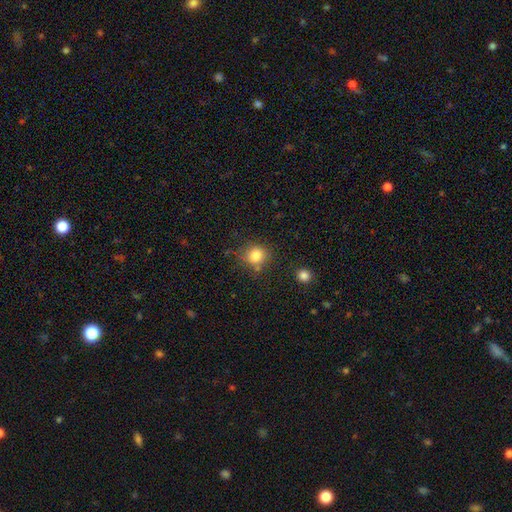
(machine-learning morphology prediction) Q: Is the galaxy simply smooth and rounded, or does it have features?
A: smooth — 83%.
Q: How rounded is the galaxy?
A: round — 84%.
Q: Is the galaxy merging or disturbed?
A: none — 76%.